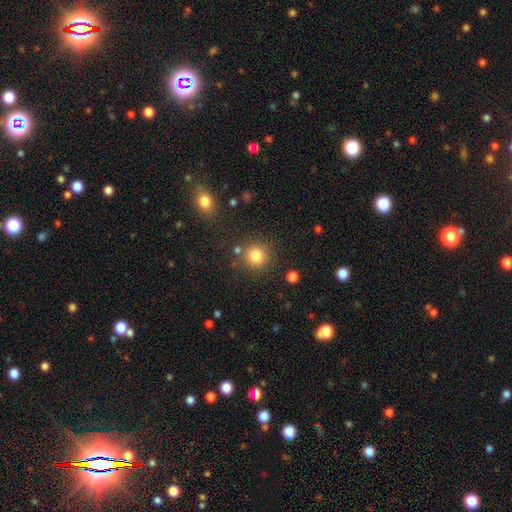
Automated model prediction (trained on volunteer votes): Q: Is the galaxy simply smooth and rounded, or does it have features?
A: smooth — 83%.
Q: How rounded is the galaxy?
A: round — 92%.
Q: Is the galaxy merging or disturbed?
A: none — 81%.